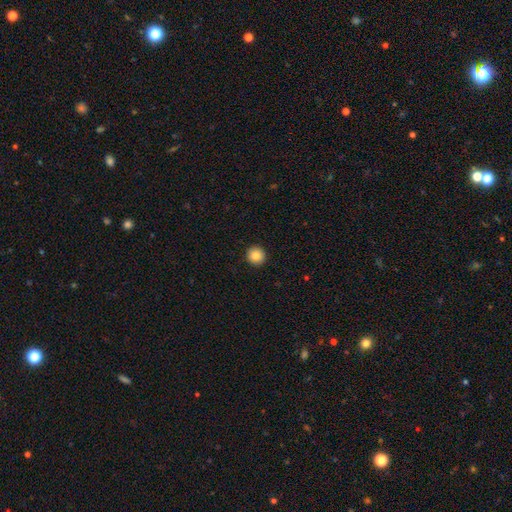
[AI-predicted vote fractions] Overall: smooth (86%). How rounded: round (95%). Merging: none (93%).